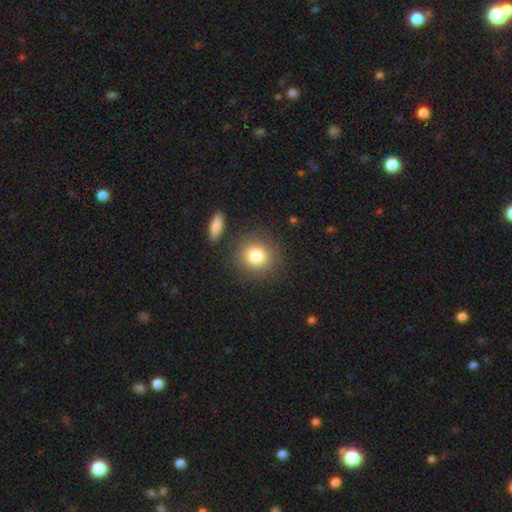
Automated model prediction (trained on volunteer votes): Morphology: type=smooth (81%); roundness=round (85%); merging=none (83%).